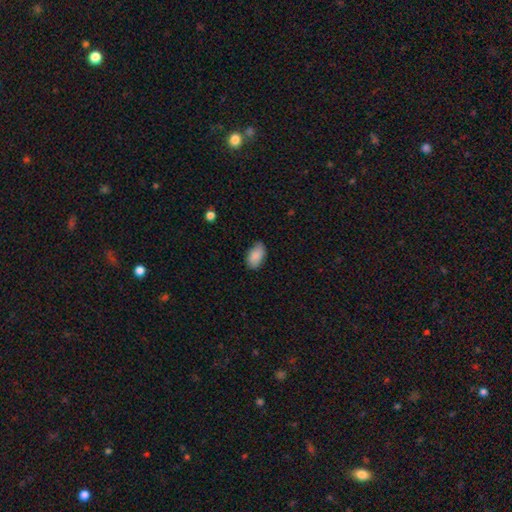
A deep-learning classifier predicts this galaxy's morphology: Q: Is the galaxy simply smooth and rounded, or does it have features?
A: smooth — 87%.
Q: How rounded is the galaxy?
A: in between — 93%.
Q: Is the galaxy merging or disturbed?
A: none — 77%.